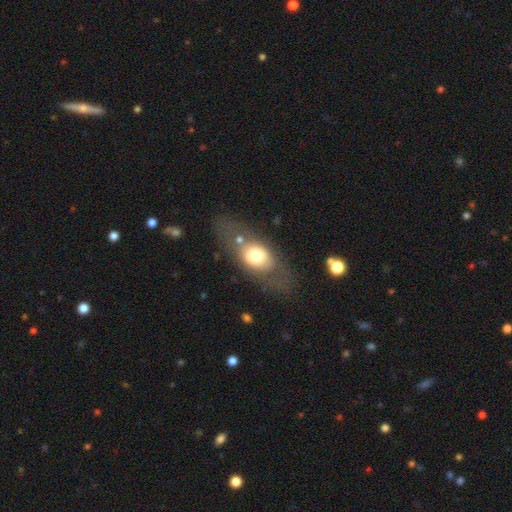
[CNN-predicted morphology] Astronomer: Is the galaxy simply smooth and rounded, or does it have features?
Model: smooth — 60%.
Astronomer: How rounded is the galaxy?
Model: in between — 79%.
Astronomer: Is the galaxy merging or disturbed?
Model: none — 67%.